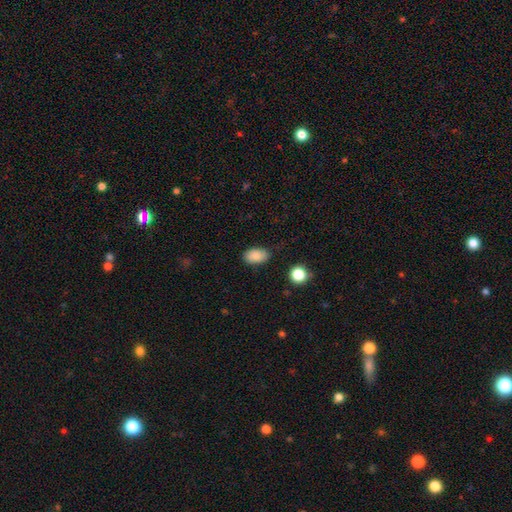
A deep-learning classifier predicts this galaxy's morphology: This is clearly a smooth galaxy (86%). How rounded: clearly in between (89%). Merging: likely none (79%).